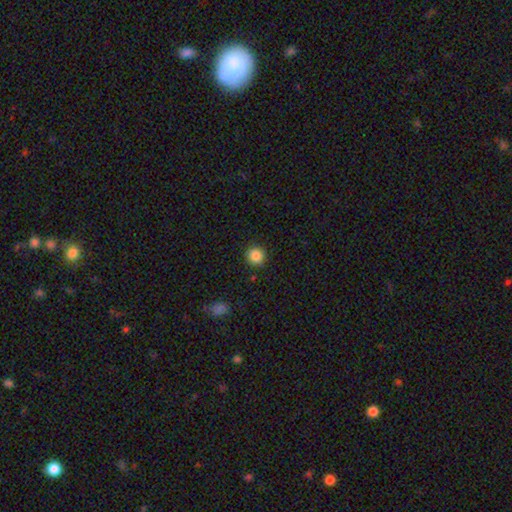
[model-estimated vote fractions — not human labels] Q: Smooth or featured?
A: smooth (86%); runner-up: star or artifact (10%)
Q: How rounded?
A: round (94%); runner-up: in between (5%)
Q: Merging?
A: none (91%); runner-up: minor disturbance (6%)